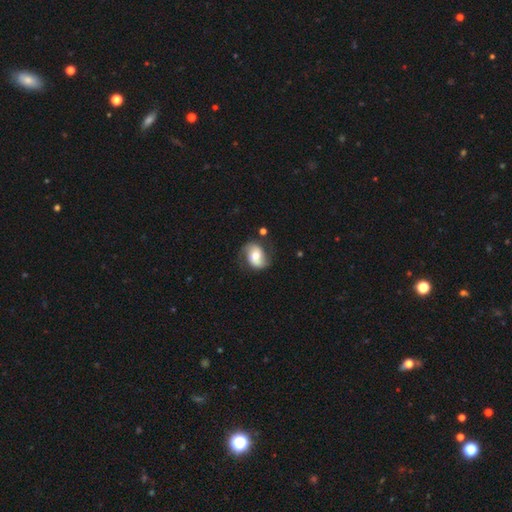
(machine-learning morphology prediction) Smooth or featured?
  - featured or disk: 60% *
  - smooth: 33%
  - star or artifact: 7%
Edge-on disk?
  - no: 97% *
  - yes: 3%
Bar?
  - no: 53% *
  - weak: 31%
  - strong: 16%
Spiral arms?
  - yes: 85% *
  - no: 15%
Bulge size?
  - moderate: 69% *
  - small: 17%
  - large: 11%
  - dominant: 2%
  - none: 1%
Merging?
  - none: 70% *
  - minor disturbance: 19%
  - major disturbance: 8%
  - merger: 3%